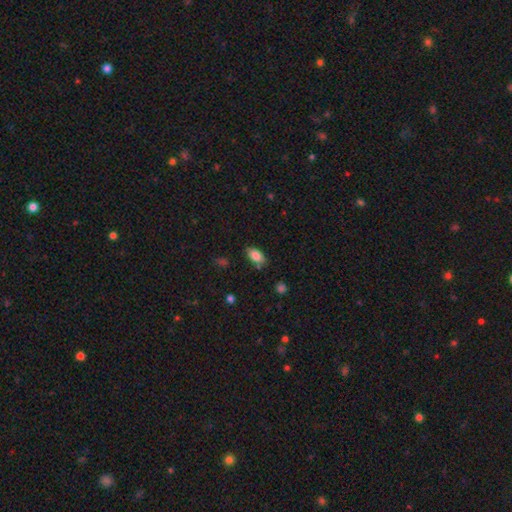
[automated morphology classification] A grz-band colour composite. It shows a smooth galaxy with no disk features (85%) that is in between round and cigar-shaped (91%). Merging: none (78%).